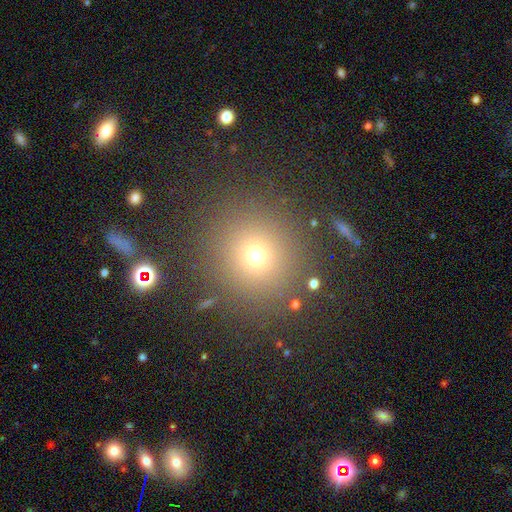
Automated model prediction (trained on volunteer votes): A smooth galaxy with no disk features (67%) that is round (93%). Merging: none (87%).